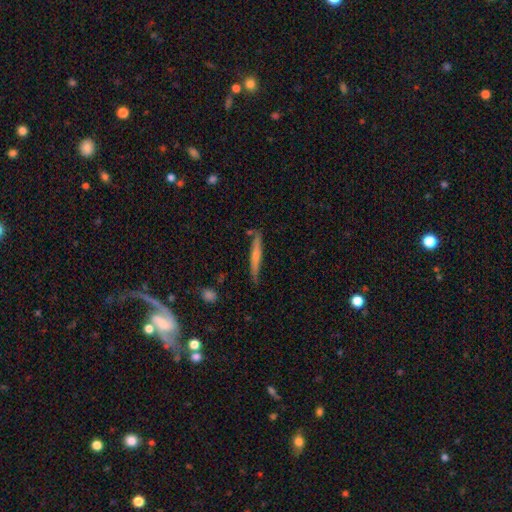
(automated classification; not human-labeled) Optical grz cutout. It shows a featured or disk galaxy (64%) viewed edge-on (71%). Merging: none (71%).